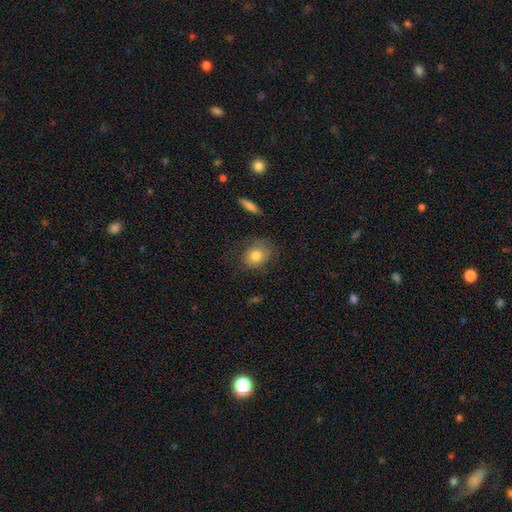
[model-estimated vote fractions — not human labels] This appears to be a smooth galaxy with no disk features (80%) that is round (51%). Merging: none (73%).